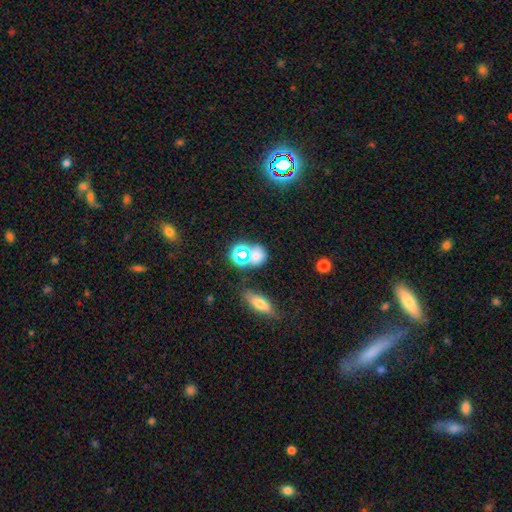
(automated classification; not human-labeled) Overall: smooth (56%; star or artifact 34%). How rounded: round (61%; in between 36%). Merging: none (64%).